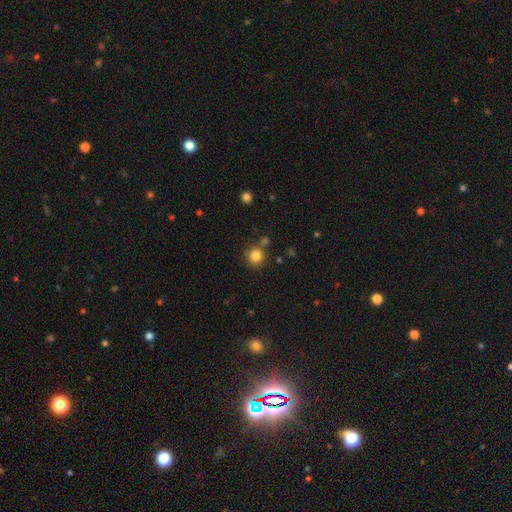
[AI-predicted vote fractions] Smooth or featured?
  - smooth: 83% *
  - star or artifact: 12%
  - featured or disk: 5%
How rounded?
  - round: 92% *
  - in between: 7%
  - cigar-shaped: 1%
Merging?
  - none: 80% *
  - merger: 9%
  - minor disturbance: 8%
  - major disturbance: 3%